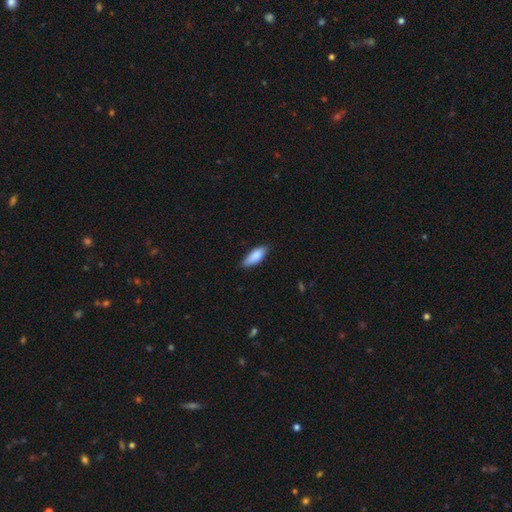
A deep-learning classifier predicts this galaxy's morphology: type=smooth (82%); roundness=in between (66%); merging=none (82%).